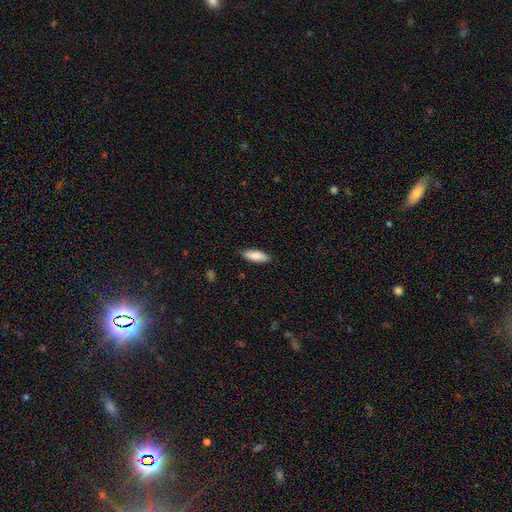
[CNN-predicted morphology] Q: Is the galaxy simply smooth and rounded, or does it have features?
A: smooth — 87%.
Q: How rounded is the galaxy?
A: in between — 69%.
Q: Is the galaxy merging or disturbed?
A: none — 87%.